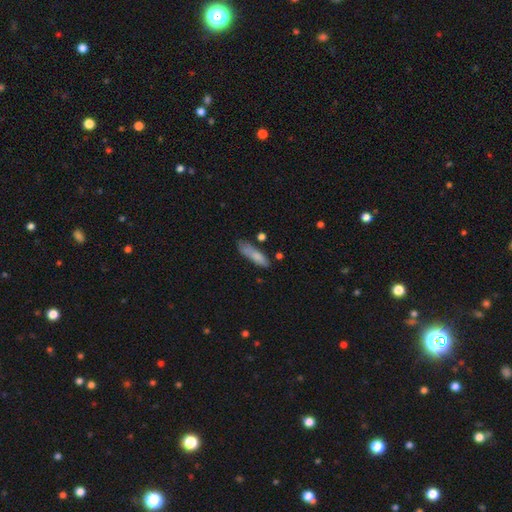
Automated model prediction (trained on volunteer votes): smooth 78%, featured or disk 15%, star or artifact 7%. Down the decision tree: how rounded — cigar-shaped (62%); merging — none (56%).